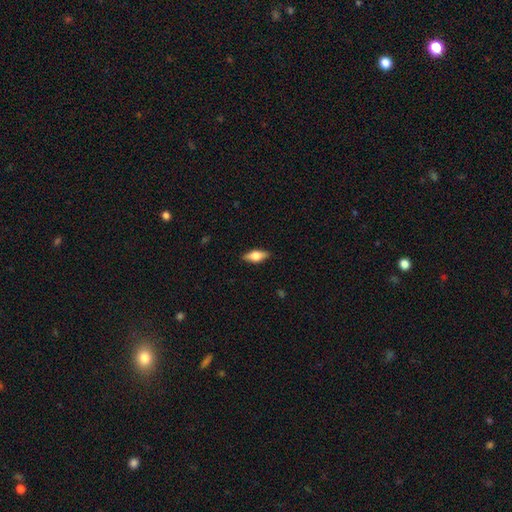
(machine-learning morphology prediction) Smooth or featured? Predicted: smooth (p=0.57). How rounded? Predicted: in between (p=0.76). Merging? Predicted: none (p=0.87).